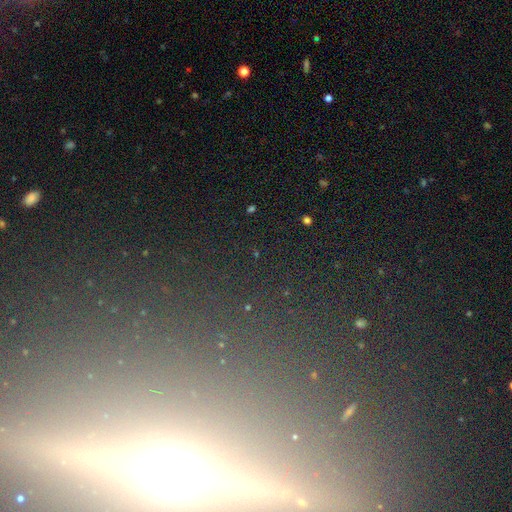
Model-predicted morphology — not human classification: smooth-or-featured: star or artifact: 47% | featured or disk: 38% | smooth: 15%